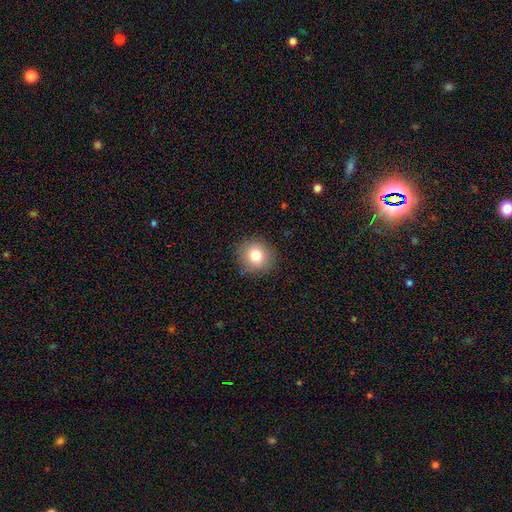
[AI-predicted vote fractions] A smooth galaxy with no disk features (80%) that is round (89%).

Vote fractions:
- Smooth or featured? smooth: 80% / star or artifact: 11% / featured or disk: 10%
- How rounded? round: 89% / in between: 10% / cigar-shaped: 1%
- Merging? none: 88% / minor disturbance: 8% / major disturbance: 3% / merger: 1%